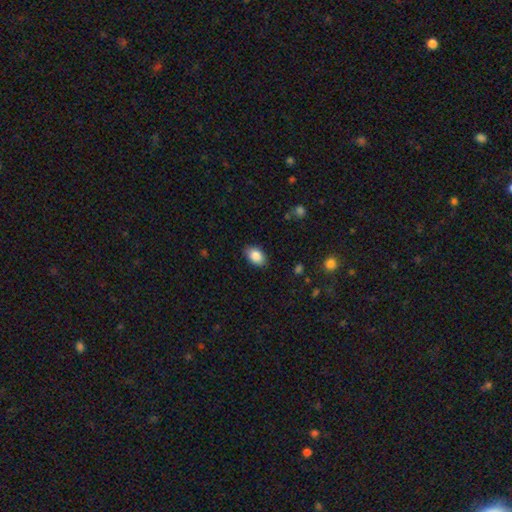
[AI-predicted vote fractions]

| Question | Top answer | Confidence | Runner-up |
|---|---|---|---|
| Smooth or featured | smooth | 86% | star or artifact (7%) |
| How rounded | in between | 89% | round (10%) |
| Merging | none | 86% | minor disturbance (11%) |